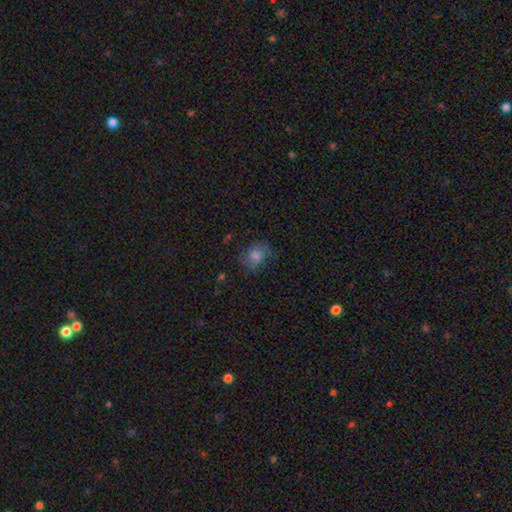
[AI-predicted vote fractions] This is likely a smooth galaxy (61%). How rounded: possibly round (53%). Merging: likely none (67%).